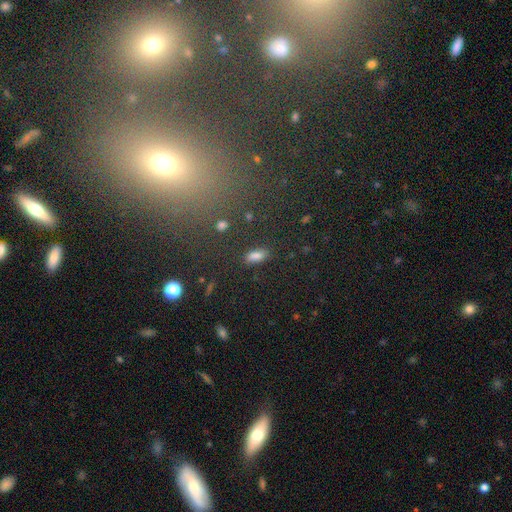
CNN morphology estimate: type=smooth (81%); roundness=in between (83%); merging=none (83%).